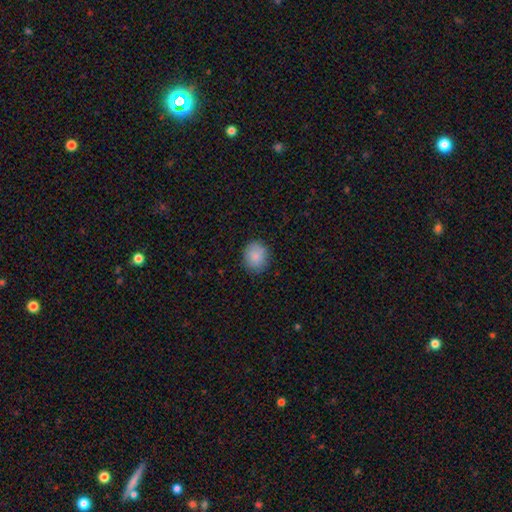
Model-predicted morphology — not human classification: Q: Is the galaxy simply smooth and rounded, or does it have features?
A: smooth — 86%.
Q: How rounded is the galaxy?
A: round — 78%.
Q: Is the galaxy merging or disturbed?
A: none — 84%.